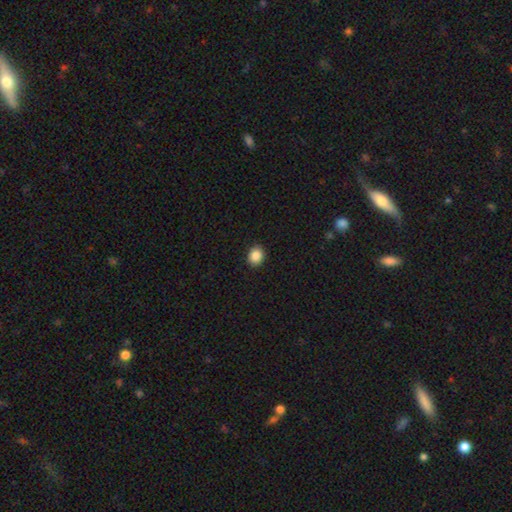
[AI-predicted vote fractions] Morphology: type=smooth (88%); roundness=round (61%); merging=none (91%).